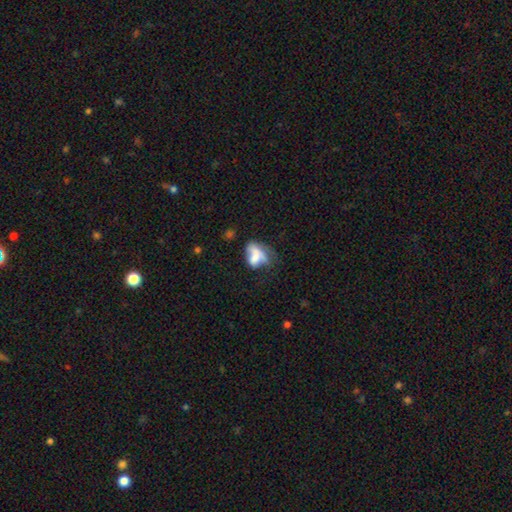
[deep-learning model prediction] A smooth galaxy with no disk features (58%) that is in between round and cigar-shaped (78%). Merging: major disturbance (30%).